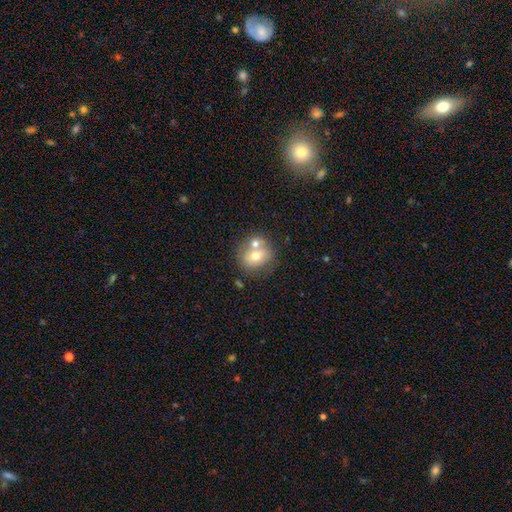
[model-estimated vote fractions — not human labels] smooth-or-featured: smooth: 64% | featured or disk: 26% | star or artifact: 10%
  how-rounded: round: 67% | in between: 32% | cigar-shaped: 1%
  merging: none: 46% | merger: 39% | minor disturbance: 11% | major disturbance: 4%